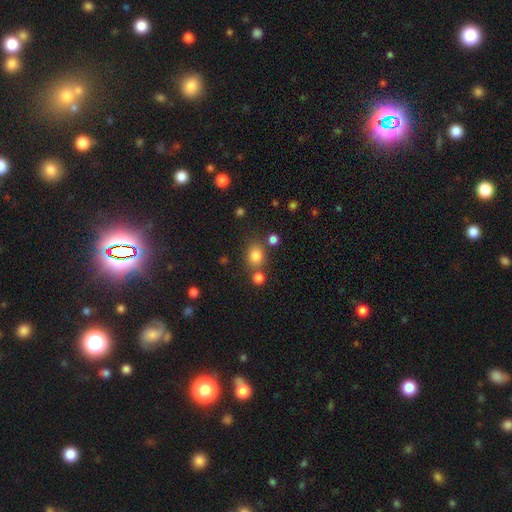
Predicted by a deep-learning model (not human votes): This appears to be a smooth galaxy with no disk features (80%) that is round (65%). Merging: none (69%).